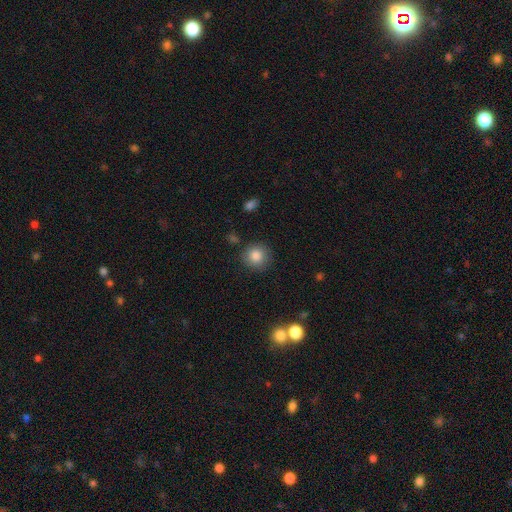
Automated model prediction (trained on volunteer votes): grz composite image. It shows a smooth galaxy with no disk features (84%) that is round (91%). Merging: none (85%).